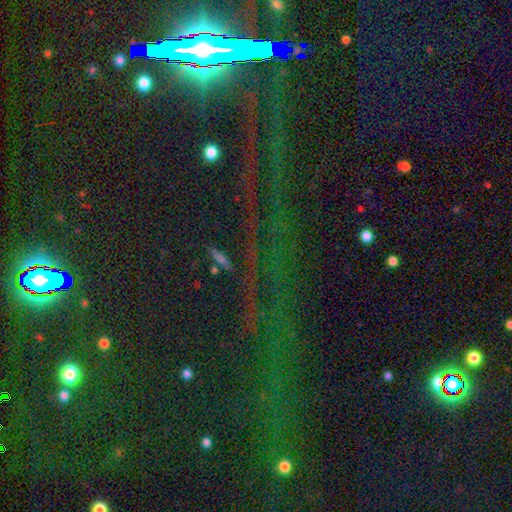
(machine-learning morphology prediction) The model was most divided on "smooth or featured": star or artifact: 82%, smooth: 10%, featured or disk: 9%.